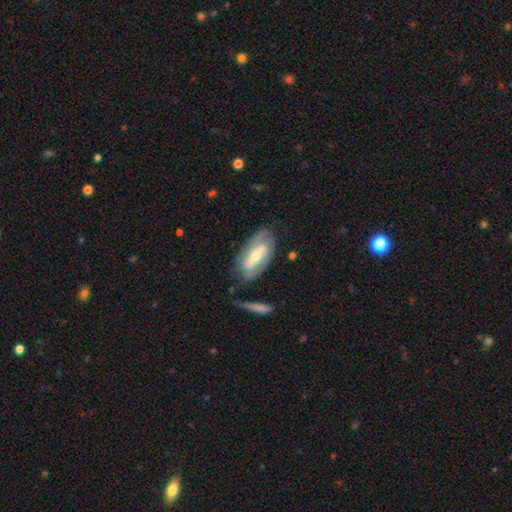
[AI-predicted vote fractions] smooth_or_featured: featured or disk (p=0.64) [alt: smooth p=0.30]
disk_edge_on: no (p=0.87) [alt: yes p=0.13]
bar: strong (p=0.46) [alt: weak p=0.32]
has_spiral_arms: yes (p=0.71) [alt: no p=0.29]
bulge_size: moderate (p=0.47) [tied with: small p=0.47]
merging: none (p=0.69) [alt: minor disturbance p=0.20]